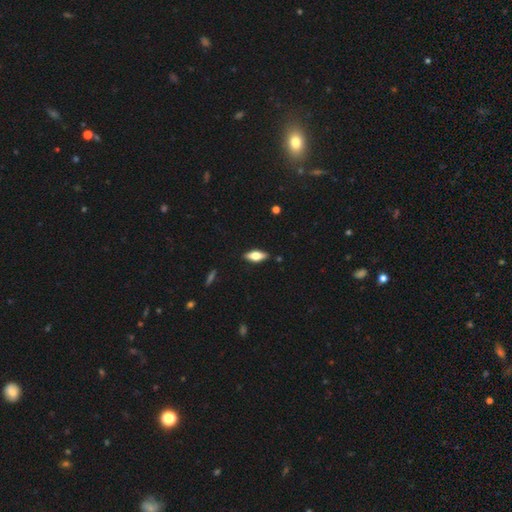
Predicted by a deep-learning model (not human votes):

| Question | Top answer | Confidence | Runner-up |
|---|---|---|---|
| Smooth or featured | smooth | 59% | featured or disk (34%) |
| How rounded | in between | 71% | cigar-shaped (27%) |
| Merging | none | 87% | minor disturbance (10%) |